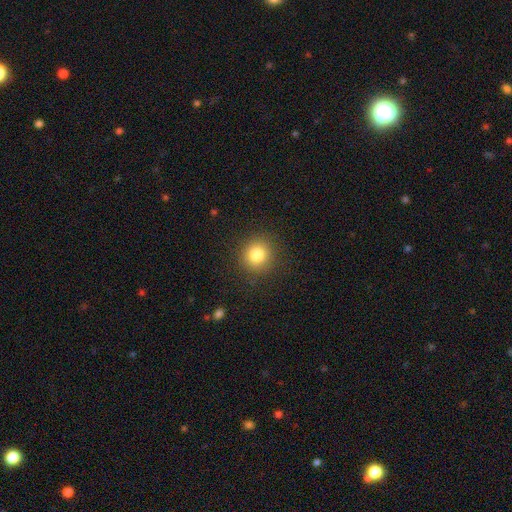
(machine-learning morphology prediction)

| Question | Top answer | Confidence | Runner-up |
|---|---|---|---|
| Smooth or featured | smooth | 82% | star or artifact (11%) |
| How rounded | round | 90% | in between (9%) |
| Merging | none | 89% | minor disturbance (7%) |